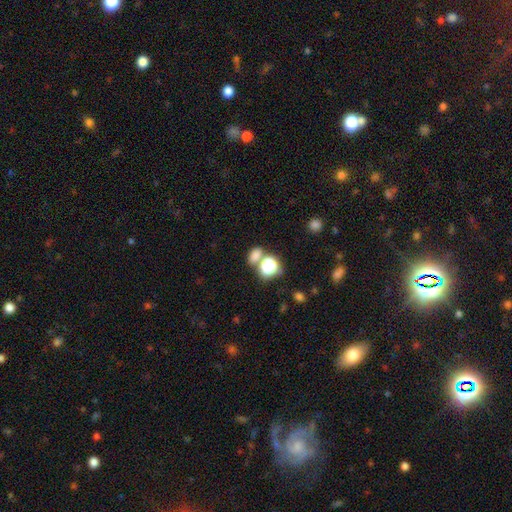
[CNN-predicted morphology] type=smooth (69%); roundness=in between (57%); merging=none (56%).